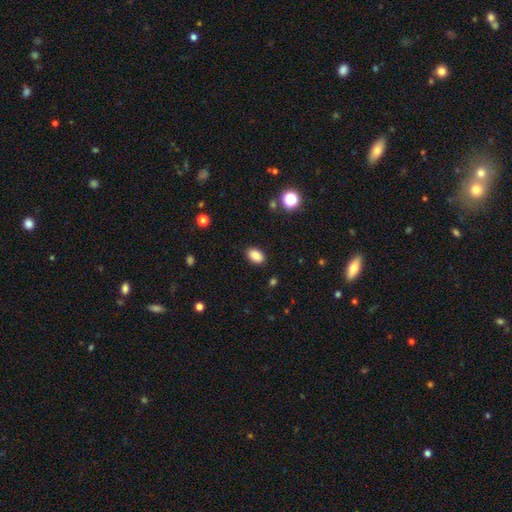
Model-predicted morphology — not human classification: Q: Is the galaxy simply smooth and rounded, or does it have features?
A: smooth — 87%.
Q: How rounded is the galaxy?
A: in between — 89%.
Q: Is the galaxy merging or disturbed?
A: none — 89%.